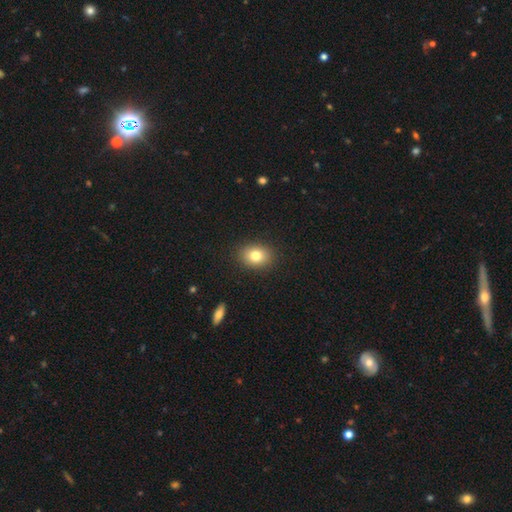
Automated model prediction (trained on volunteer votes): Overall: smooth (81%). How rounded: in between (59%; round 40%). Merging: none (89%).